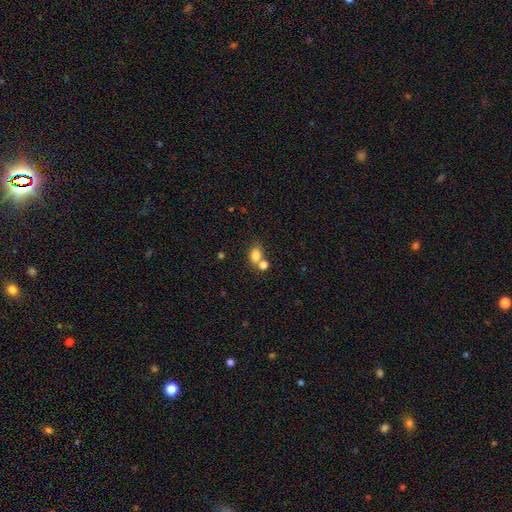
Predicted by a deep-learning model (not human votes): Smooth or featured? smooth (80%)
How rounded? in between (72%)
Merging? none (49%)